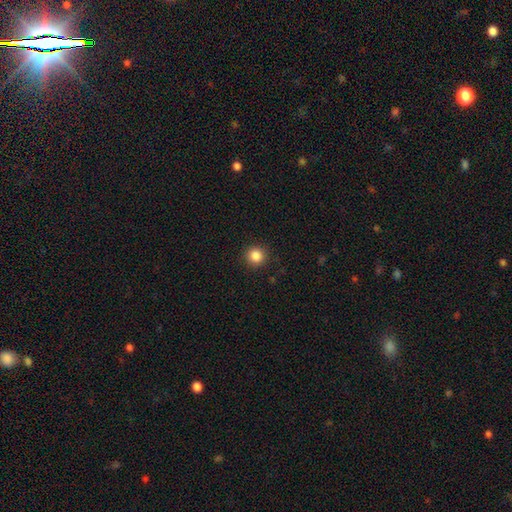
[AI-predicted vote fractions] Smooth or featured? smooth (86%)
How rounded? round (93%)
Merging? none (92%)